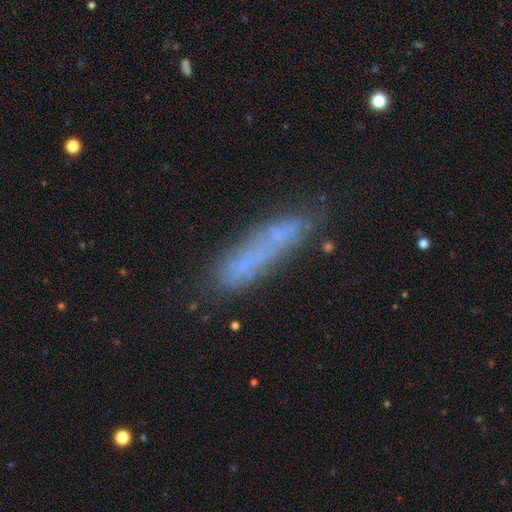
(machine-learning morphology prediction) The model was most divided on "smooth or featured": smooth: 52%, featured or disk: 34%, star or artifact: 13%. More confident: how rounded — cigar-shaped (83%); merging — none (64%).